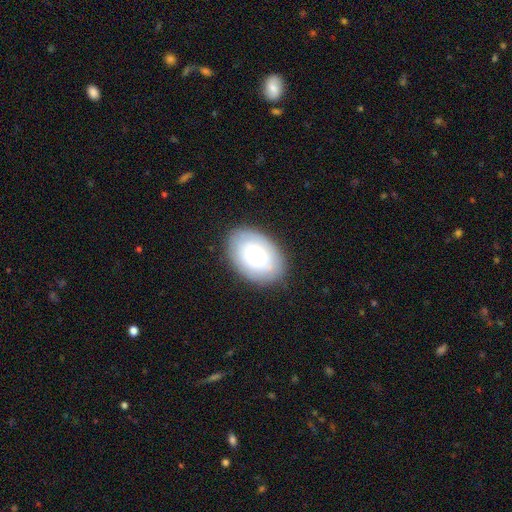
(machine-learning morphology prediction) A smooth galaxy with no disk features (68%) that is in between round and cigar-shaped (86%). Merging: none (84%).